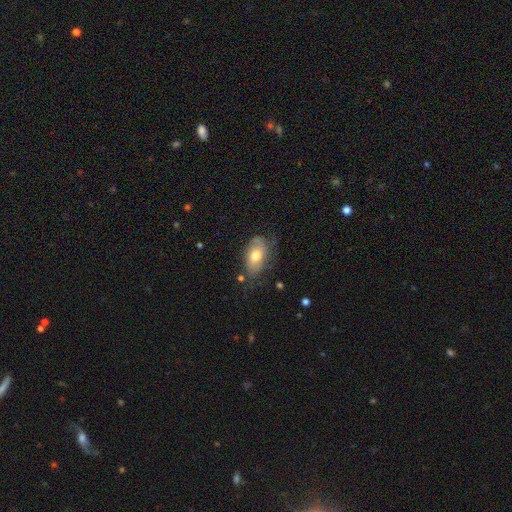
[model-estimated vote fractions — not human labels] Smooth or featured? smooth (59%)
How rounded? in between (90%)
Merging? none (56%)